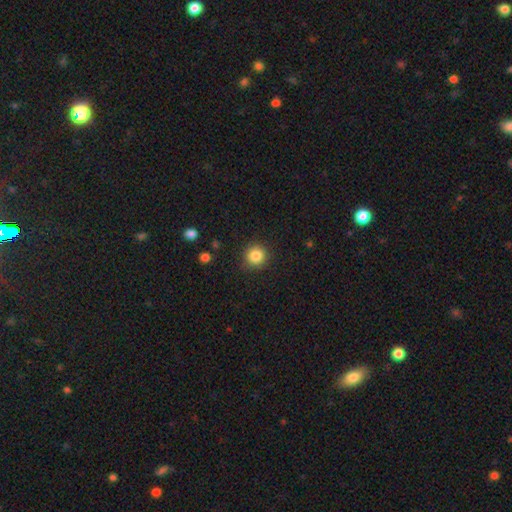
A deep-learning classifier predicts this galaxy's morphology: A smooth galaxy with no disk features (85%) that is round (92%). Merging: none (87%).